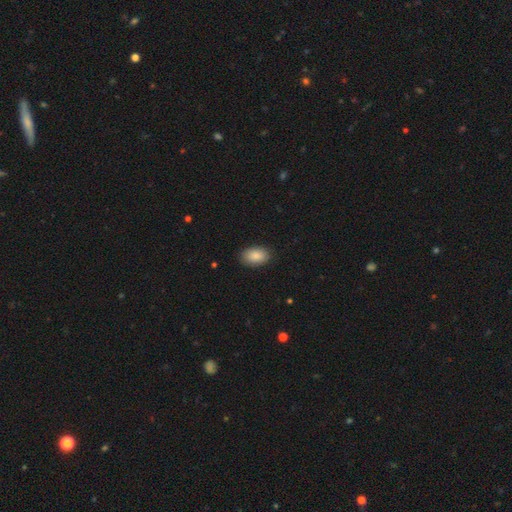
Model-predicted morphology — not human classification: smooth 89%, star or artifact 7%, featured or disk 5%. Down the decision tree: how rounded — in between (92%); merging — none (87%).